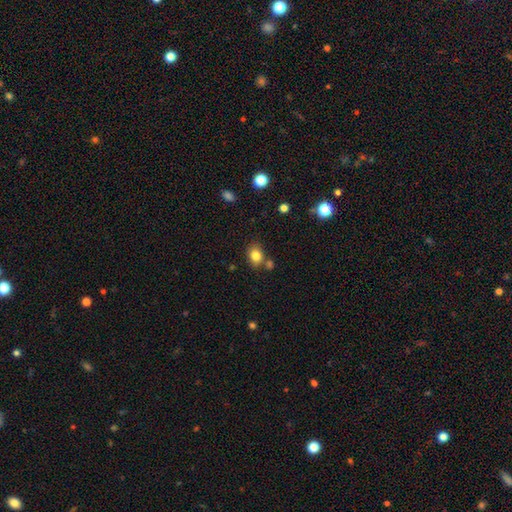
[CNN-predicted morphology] smooth-or-featured: smooth: 82% | star or artifact: 11% | featured or disk: 7%
  how-rounded: in between: 57% | round: 42% | cigar-shaped: 1%
  merging: none: 71% | minor disturbance: 14% | merger: 11% | major disturbance: 4%